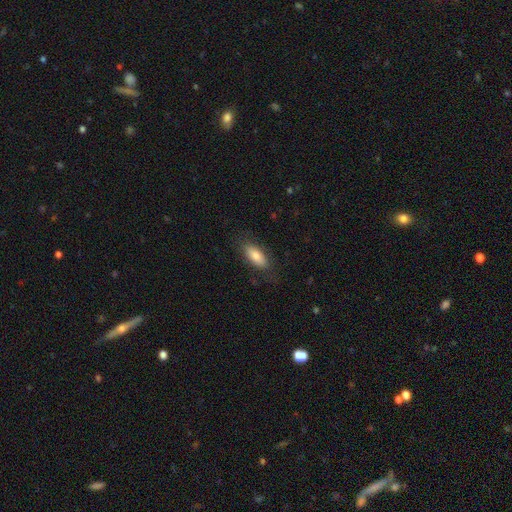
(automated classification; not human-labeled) This is likely a smooth galaxy (79%). How rounded: clearly in between (82%). Merging: likely none (80%).